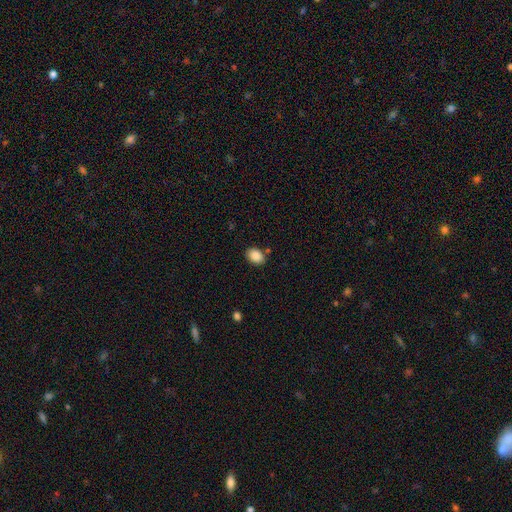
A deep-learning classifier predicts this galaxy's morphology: Smooth or featured? smooth (88%)
How rounded? in between (69%)
Merging? none (81%)